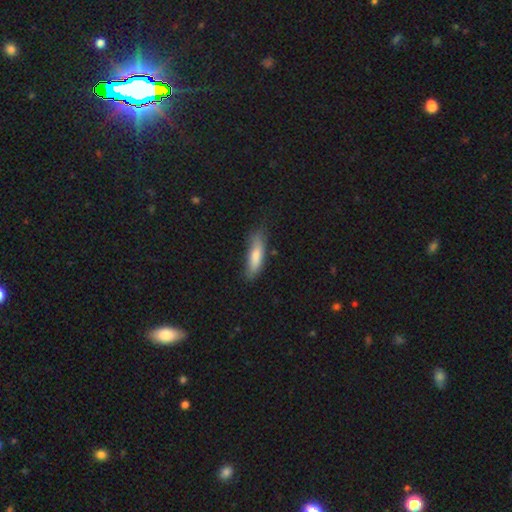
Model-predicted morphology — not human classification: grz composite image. It shows a smooth galaxy with no disk features (74%) that is cigar-shaped (67%). Merging: none (70%).